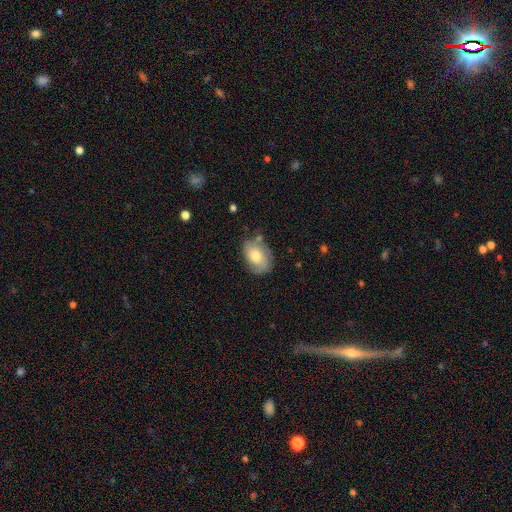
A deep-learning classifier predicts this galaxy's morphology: smooth-or-featured: smooth: 53% | featured or disk: 39% | star or artifact: 8%
  how-rounded: in between: 79% | round: 20% | cigar-shaped: 1%
  merging: none: 63% | minor disturbance: 25% | major disturbance: 8% | merger: 4%